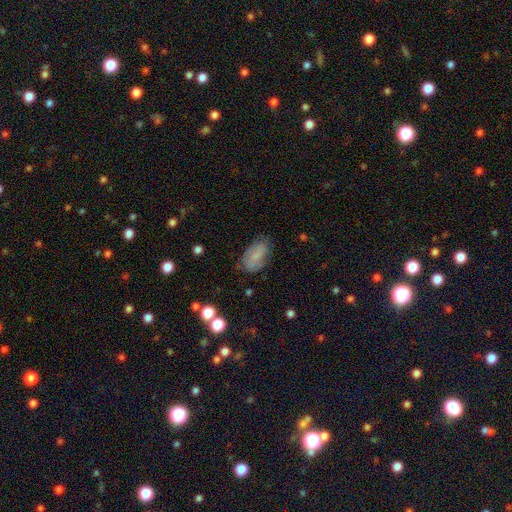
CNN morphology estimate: Smooth or featured? Predicted: smooth (p=0.74). How rounded? Predicted: in between (p=0.92). Merging? Predicted: none (p=0.71).